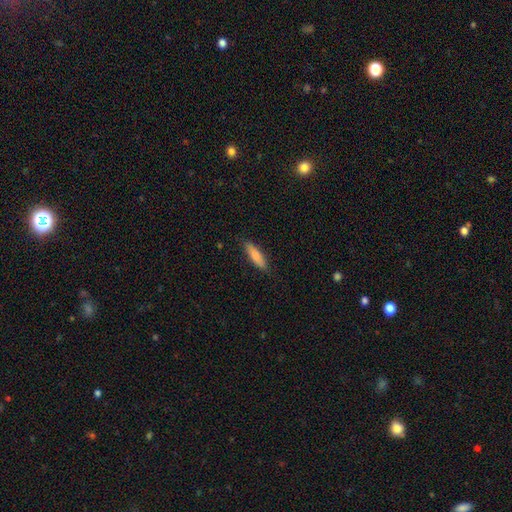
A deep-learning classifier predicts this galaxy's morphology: Smooth or featured? smooth (84%)
How rounded? cigar-shaped (69%)
Merging? none (86%)